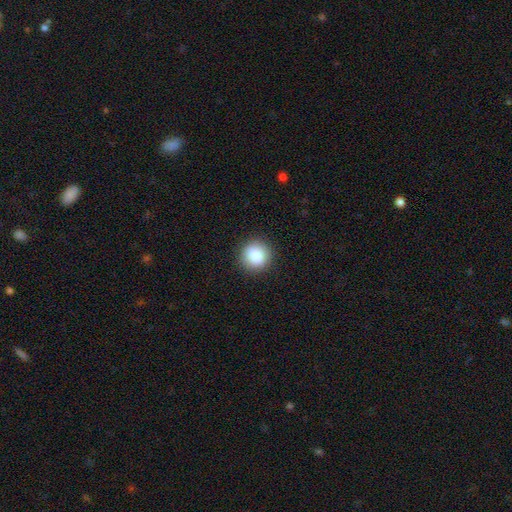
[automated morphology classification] Q: Smooth or featured?
A: smooth (85%); runner-up: star or artifact (9%)
Q: How rounded?
A: round (92%); runner-up: in between (7%)
Q: Merging?
A: none (91%); runner-up: minor disturbance (6%)